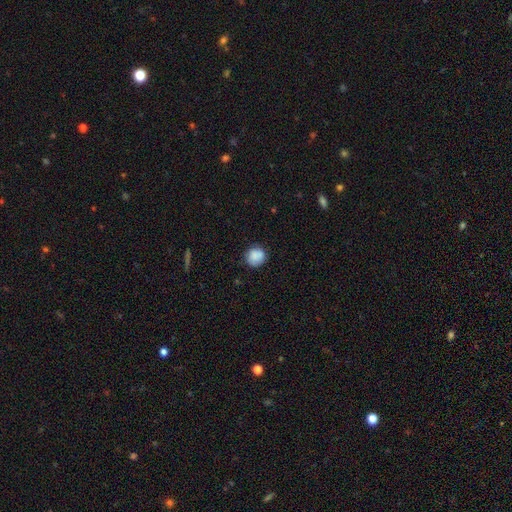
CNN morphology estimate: A smooth galaxy with no disk features (85%) that is round (87%).

Vote fractions:
- Smooth or featured? smooth: 85% / star or artifact: 8% / featured or disk: 7%
- How rounded? round: 87% / in between: 12% / cigar-shaped: 1%
- Merging? none: 77% / minor disturbance: 17% / major disturbance: 4% / merger: 3%